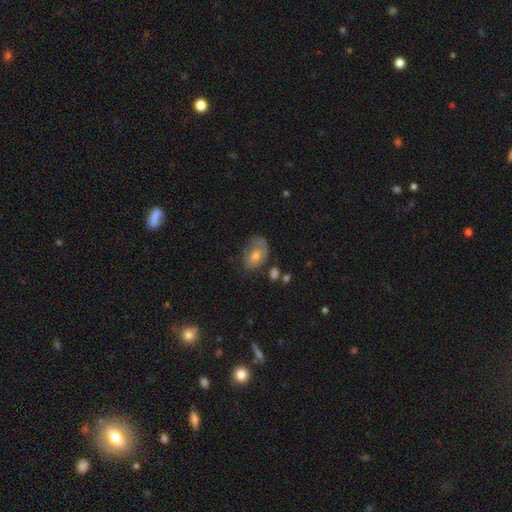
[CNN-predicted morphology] This is possibly a smooth galaxy (46%). Merging: possibly none (51%).